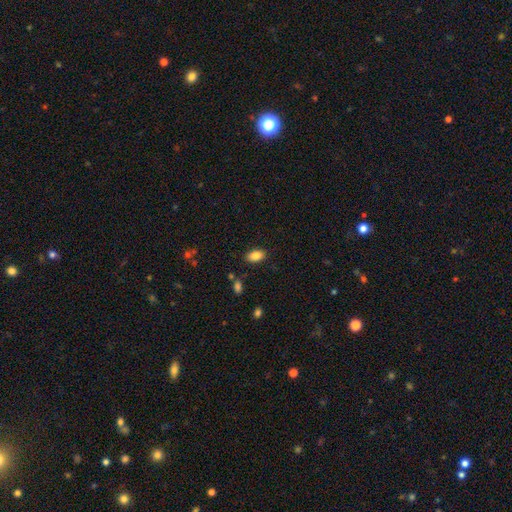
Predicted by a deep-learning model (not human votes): Smooth or featured: smooth — 85% (star or artifact — 8%)
How rounded: in between — 90% (round — 8%)
Merging: none — 86% (minor disturbance — 10%)